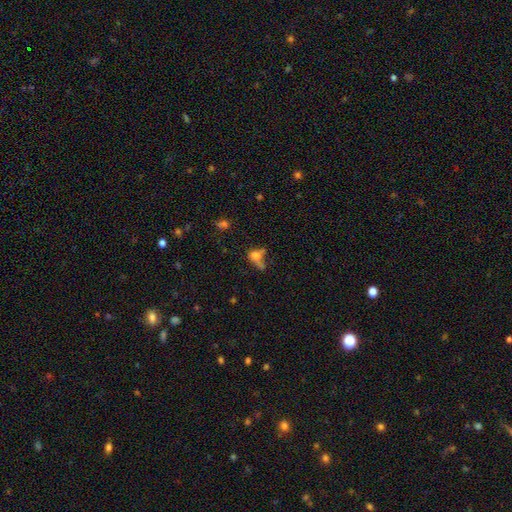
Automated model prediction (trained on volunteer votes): A smooth galaxy with no disk features (59%) that is in between round and cigar-shaped (55%).

Vote fractions:
- Smooth or featured? smooth: 59% / featured or disk: 23% / star or artifact: 18%
- How rounded? in between: 55% / round: 36% / cigar-shaped: 9%
- Merging? major disturbance: 30% / none: 28% / merger: 25% / minor disturbance: 18%